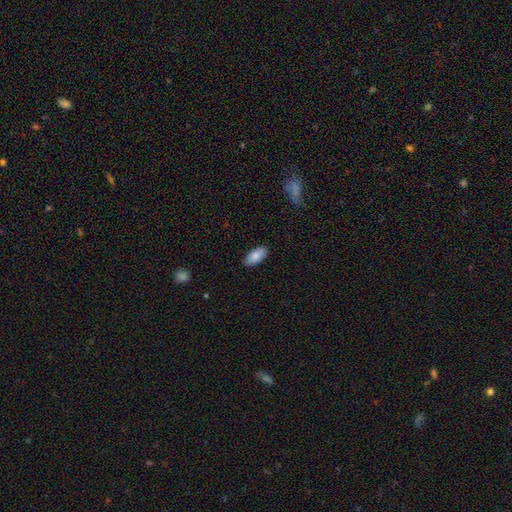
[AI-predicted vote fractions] smooth_or_featured: smooth (p=0.85) [alt: featured or disk p=0.08]
how_rounded: in between (p=0.91) [alt: cigar-shaped p=0.07]
merging: none (p=0.86) [alt: minor disturbance p=0.11]